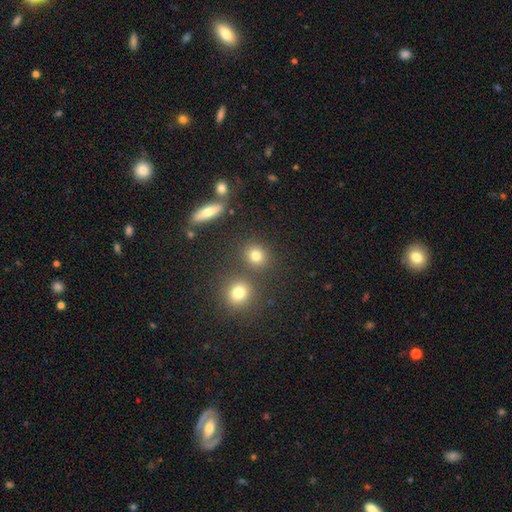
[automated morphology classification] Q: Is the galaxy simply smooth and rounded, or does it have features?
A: smooth — 77%.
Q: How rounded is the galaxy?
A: round — 81%.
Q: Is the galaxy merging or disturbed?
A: none — 78%.